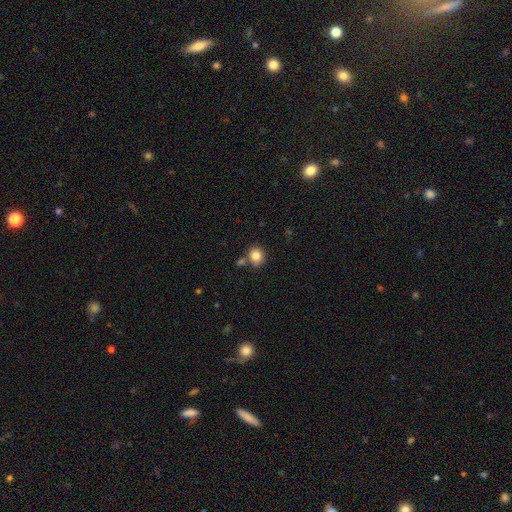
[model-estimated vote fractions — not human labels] The model was most divided on "merging": none: 71%, merger: 14%, minor disturbance: 12%, major disturbance: 3%. More confident: smooth or featured — smooth (83%); how rounded — round (79%).